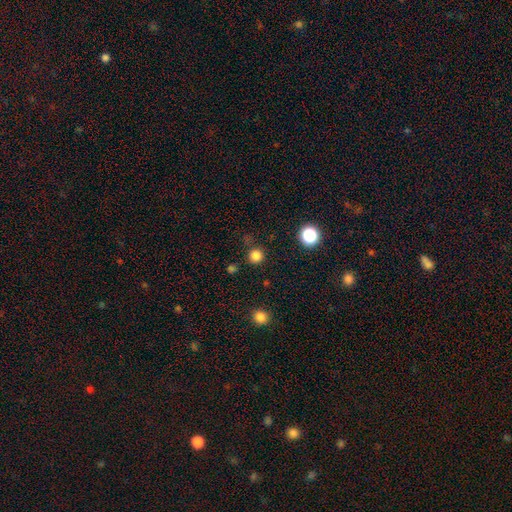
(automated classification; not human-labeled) Smooth or featured: smooth — 80% (star or artifact — 17%)
How rounded: round — 95% (in between — 5%)
Merging: none — 85% (minor disturbance — 9%)